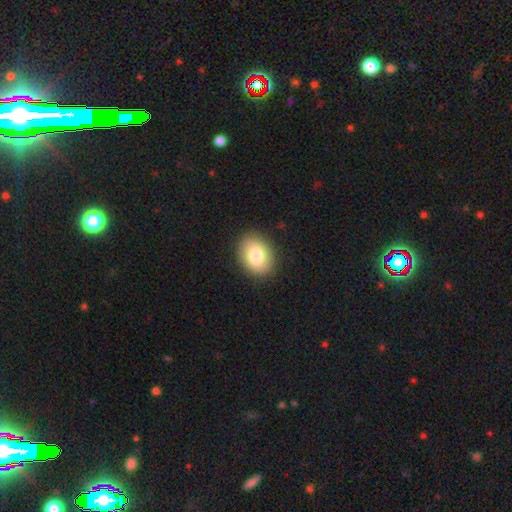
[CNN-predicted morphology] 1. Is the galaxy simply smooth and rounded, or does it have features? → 83% smooth, 9% featured or disk, 8% star or artifact.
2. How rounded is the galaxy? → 63% in between, 36% round, 1% cigar-shaped.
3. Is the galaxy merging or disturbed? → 89% none, 8% minor disturbance, 2% major disturbance, 1% merger.